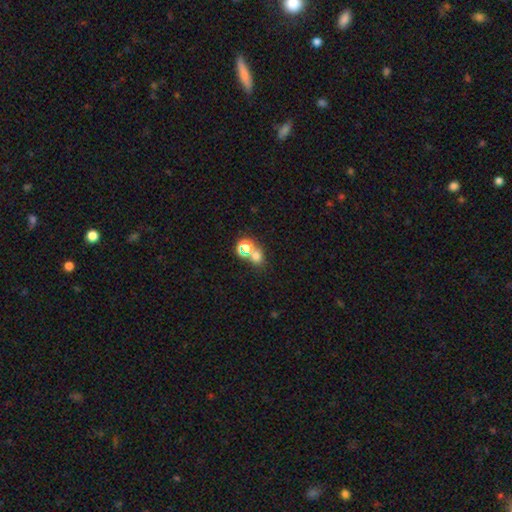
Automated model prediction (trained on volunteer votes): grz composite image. It shows a smooth galaxy with no disk features (63%) that is round (73%). Merging: none (52%).